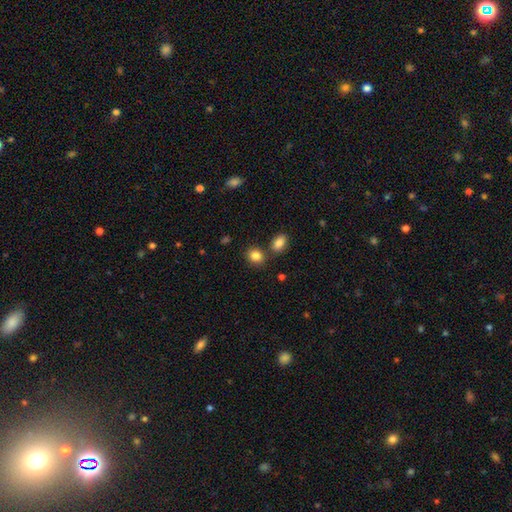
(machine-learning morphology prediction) type=smooth (86%); roundness=round (59%); merging=none (73%).